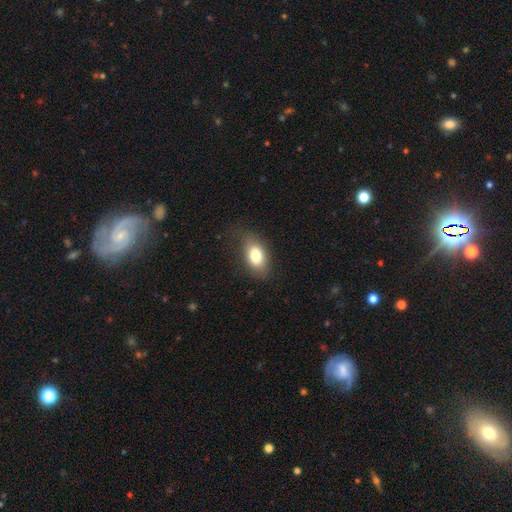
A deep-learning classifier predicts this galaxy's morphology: This appears to be a smooth galaxy with no disk features (79%) that is in between round and cigar-shaped (88%). Merging: none (74%).